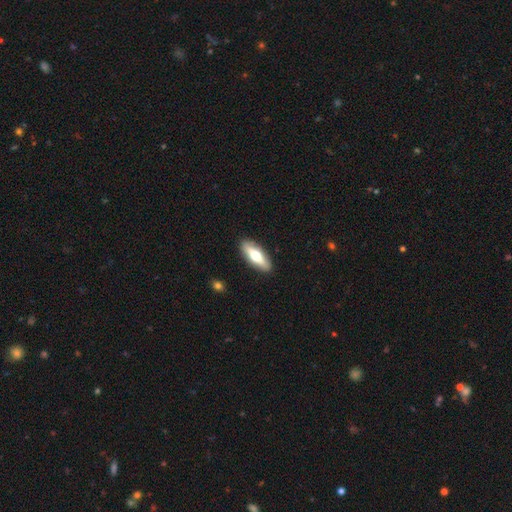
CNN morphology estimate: A smooth galaxy with no disk features (58%) that is in between round and cigar-shaped (56%). Merging: none (89%).